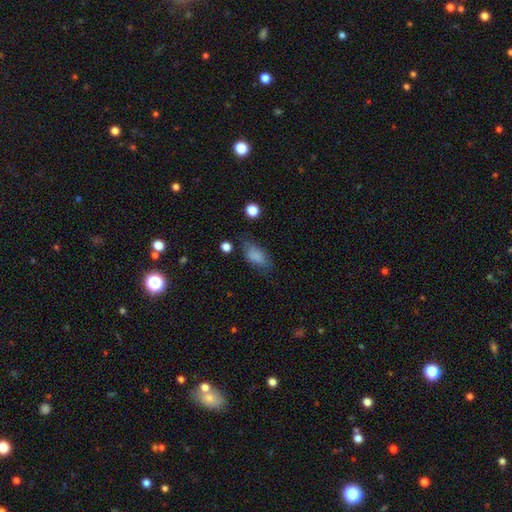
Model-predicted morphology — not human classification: smooth 80%, star or artifact 10%, featured or disk 10%. Down the decision tree: how rounded — in between (86%); merging — none (59%).